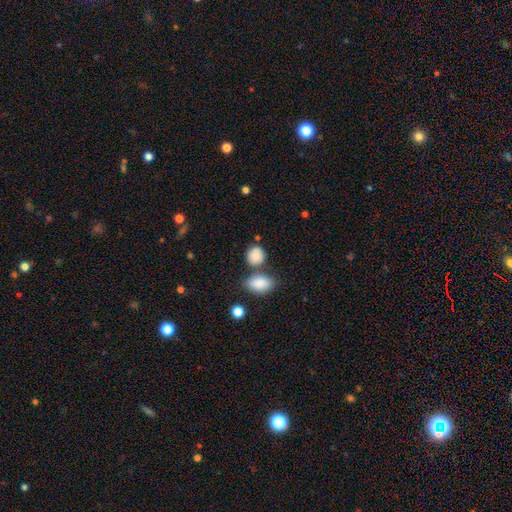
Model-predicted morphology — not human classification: smooth_or_featured: smooth (p=0.86) [alt: star or artifact p=0.07]
how_rounded: round (p=0.70) [alt: in between p=0.29]
merging: none (p=0.66) [alt: merger p=0.16]